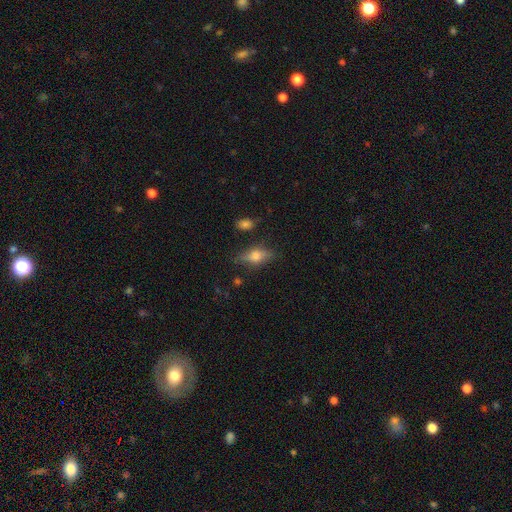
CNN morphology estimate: type=smooth (46%); merging=none (77%).